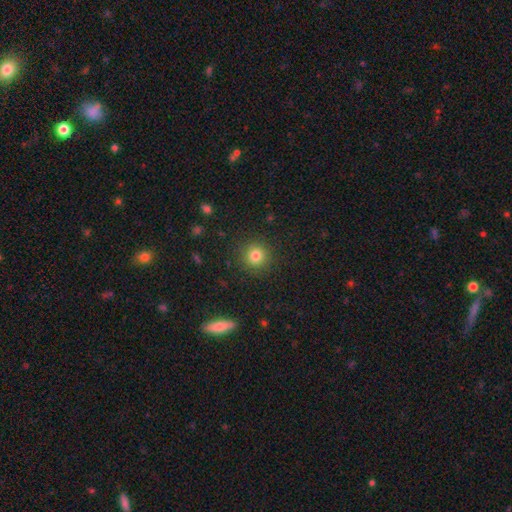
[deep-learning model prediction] A smooth galaxy with no disk features (81%) that is round (93%). Merging: none (90%).